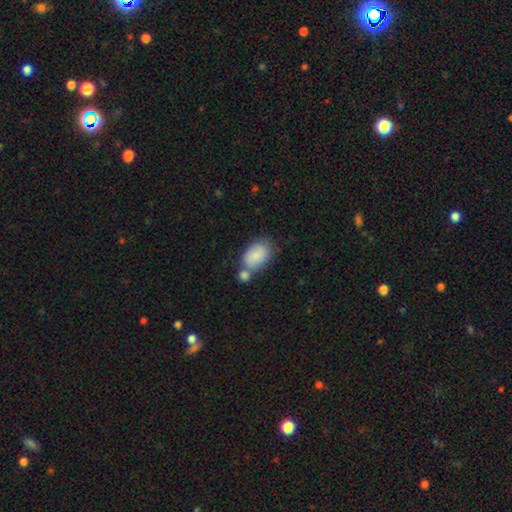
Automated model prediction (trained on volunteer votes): Smooth or featured: smooth — 83% (featured or disk — 11%)
How rounded: in between — 90% (round — 9%)
Merging: none — 42% (merger — 35%)